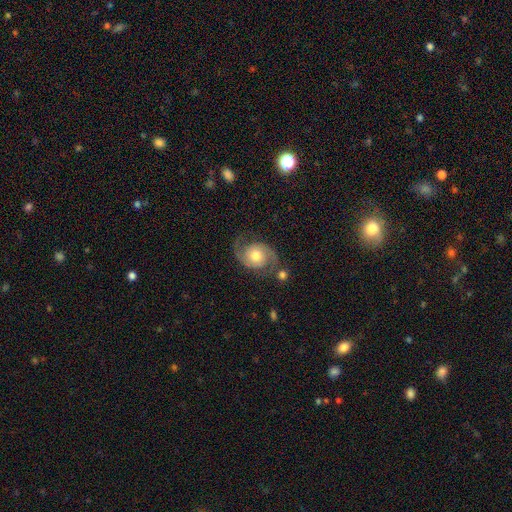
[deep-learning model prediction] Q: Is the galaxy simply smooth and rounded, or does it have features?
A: featured or disk — 87%.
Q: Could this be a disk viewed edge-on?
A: no — 98%.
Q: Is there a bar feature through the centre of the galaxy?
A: no — 74%.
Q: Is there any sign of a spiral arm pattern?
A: yes — 97%.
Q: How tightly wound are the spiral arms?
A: medium — 55%.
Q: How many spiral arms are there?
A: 2 — 94%.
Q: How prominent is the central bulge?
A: moderate — 72%.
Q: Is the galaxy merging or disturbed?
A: none — 74%.